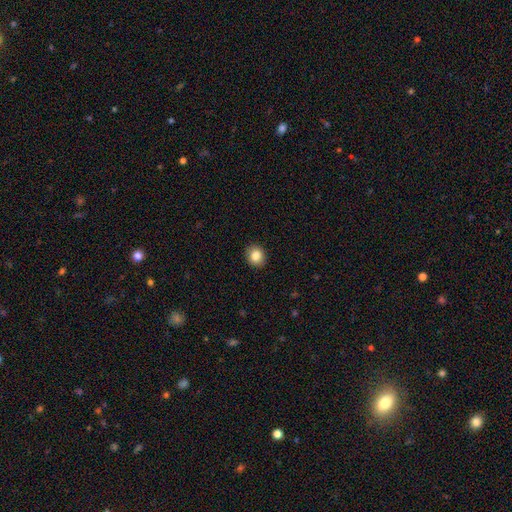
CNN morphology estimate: Smooth or featured? Predicted: smooth (p=0.85). How rounded? Predicted: round (p=0.69). Merging? Predicted: none (p=0.90).